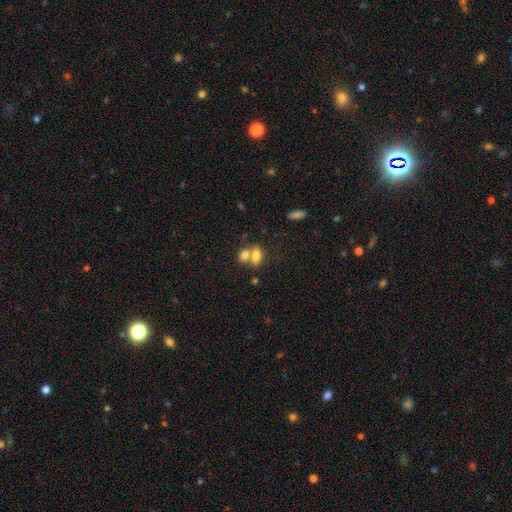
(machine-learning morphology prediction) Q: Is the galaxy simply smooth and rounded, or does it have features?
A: smooth — 75%.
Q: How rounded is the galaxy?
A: in between — 76%.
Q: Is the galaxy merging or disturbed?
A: merger — 59%.